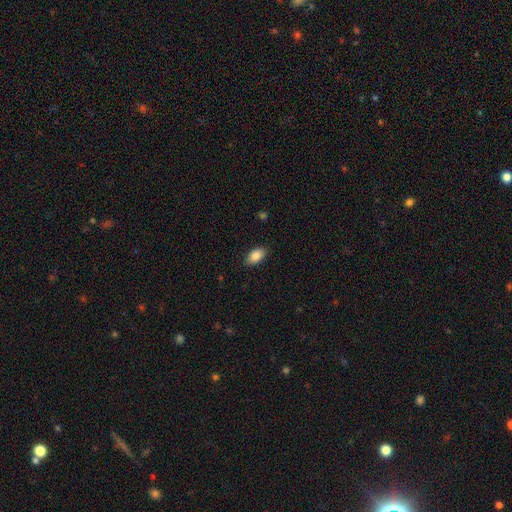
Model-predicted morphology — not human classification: smooth 85%, featured or disk 7%, star or artifact 7%. Down the decision tree: how rounded — in between (92%); merging — none (88%).